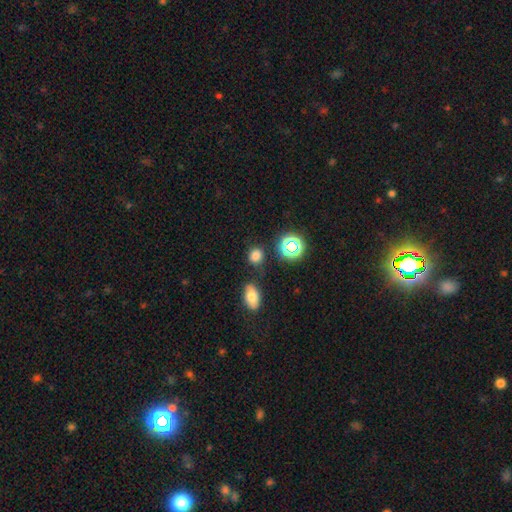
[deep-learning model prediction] Smooth or featured?
  - smooth: 75% *
  - star or artifact: 20%
  - featured or disk: 5%
How rounded?
  - round: 76% *
  - in between: 23%
  - cigar-shaped: 1%
Merging?
  - none: 80% *
  - minor disturbance: 11%
  - merger: 5%
  - major disturbance: 4%